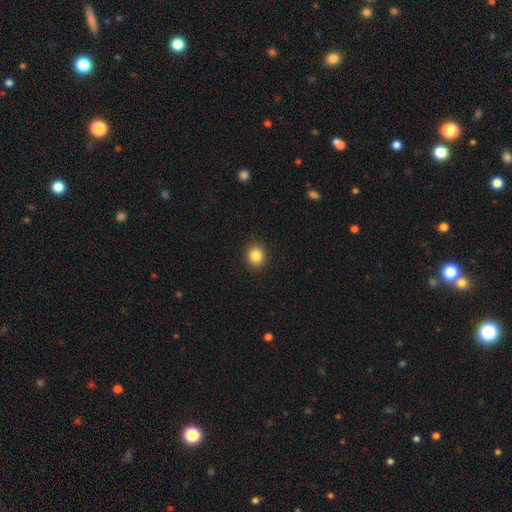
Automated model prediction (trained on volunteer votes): Q: Smooth or featured?
A: smooth (85%); runner-up: star or artifact (10%)
Q: How rounded?
A: round (81%); runner-up: in between (18%)
Q: Merging?
A: none (91%); runner-up: minor disturbance (6%)